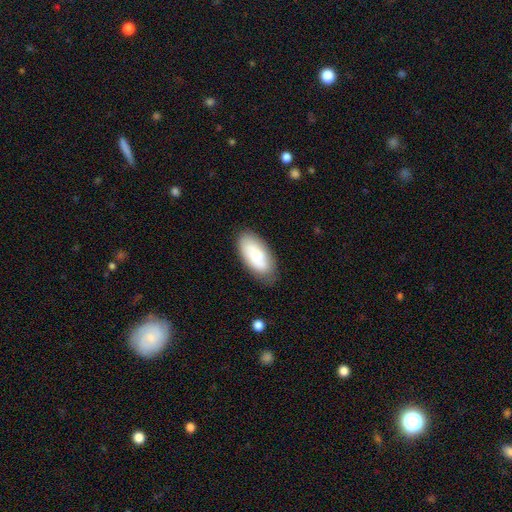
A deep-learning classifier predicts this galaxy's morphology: A smooth galaxy with no disk features (72%) that is in between round and cigar-shaped (93%).

Vote fractions:
- Smooth or featured? smooth: 72% / featured or disk: 22% / star or artifact: 6%
- How rounded? in between: 93% / cigar-shaped: 5% / round: 2%
- Merging? none: 76% / minor disturbance: 18% / major disturbance: 4% / merger: 2%